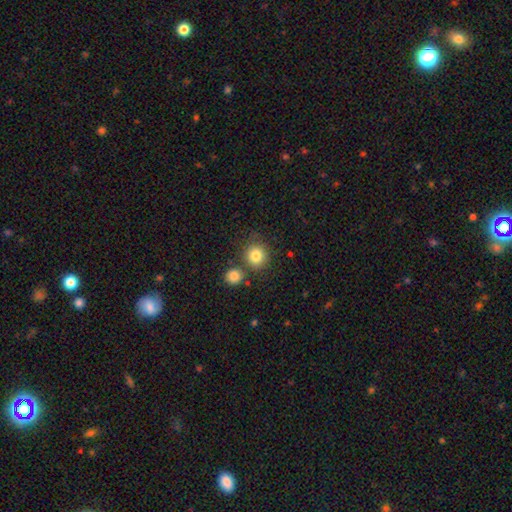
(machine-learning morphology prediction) Overall: smooth (83%). How rounded: round (88%). Merging: none (72%).